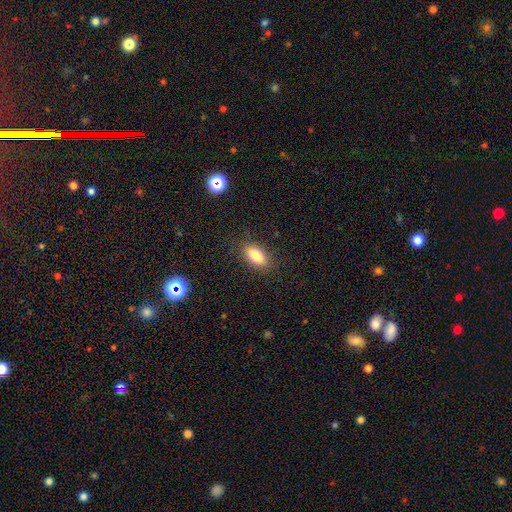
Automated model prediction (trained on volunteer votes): The model was most divided on "smooth or featured": smooth: 81%, featured or disk: 11%, star or artifact: 8%. More confident: merging — none (86%); how rounded — in between (84%).